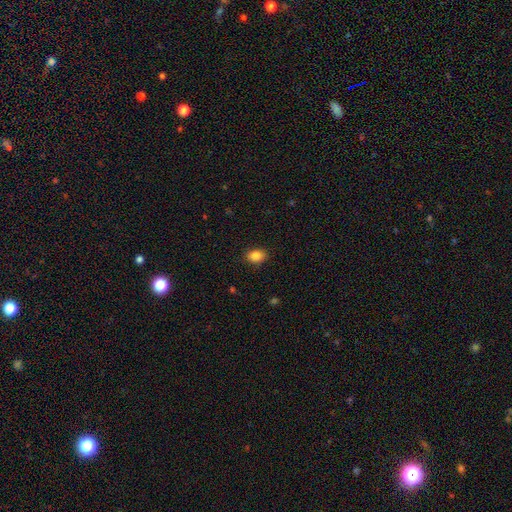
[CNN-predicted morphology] Smooth or featured?
  - smooth: 87% *
  - star or artifact: 9%
  - featured or disk: 4%
How rounded?
  - in between: 75% *
  - round: 23%
  - cigar-shaped: 1%
Merging?
  - none: 88% *
  - minor disturbance: 9%
  - major disturbance: 2%
  - merger: 1%